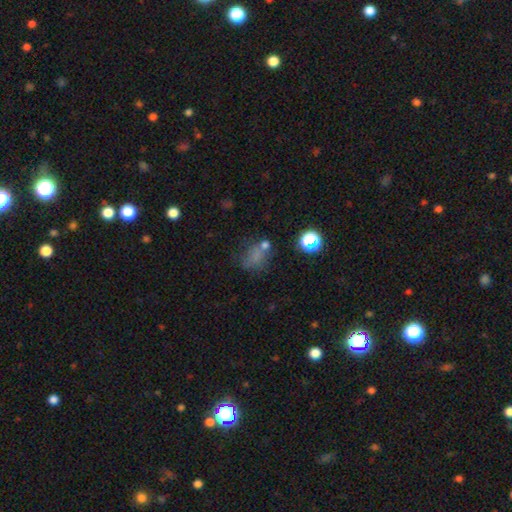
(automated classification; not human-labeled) A smooth galaxy with no disk features (59%) that is in between round and cigar-shaped (58%). Merging: none (39%).